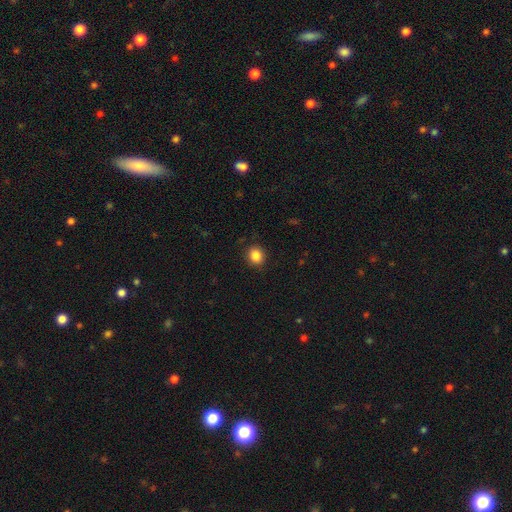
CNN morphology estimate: type=smooth (86%); roundness=round (77%); merging=none (89%).